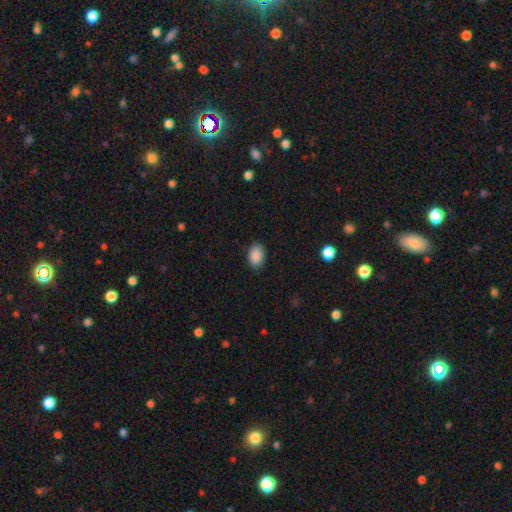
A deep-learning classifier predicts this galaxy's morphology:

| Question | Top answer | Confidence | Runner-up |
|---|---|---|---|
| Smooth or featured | smooth | 89% | star or artifact (7%) |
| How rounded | in between | 87% | round (12%) |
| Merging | none | 86% | minor disturbance (10%) |